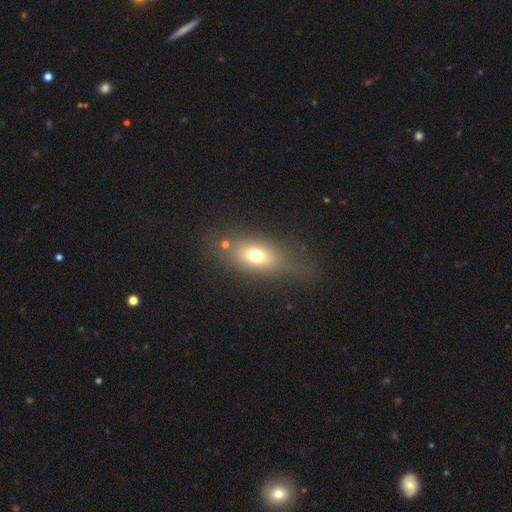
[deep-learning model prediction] smooth-or-featured: smooth: 69% | featured or disk: 18% | star or artifact: 13%
  how-rounded: in between: 75% | round: 15% | cigar-shaped: 9%
  merging: none: 65% | minor disturbance: 17% | major disturbance: 13% | merger: 5%